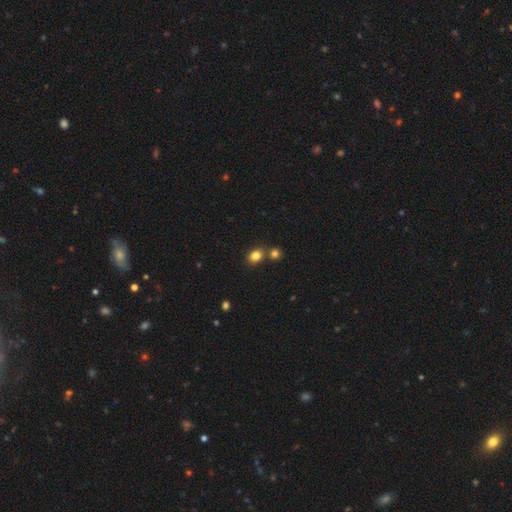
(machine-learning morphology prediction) Q: Smooth or featured?
A: smooth (82%); runner-up: star or artifact (12%)
Q: How rounded?
A: in between (53%); runner-up: round (46%)
Q: Merging?
A: none (64%); runner-up: merger (23%)